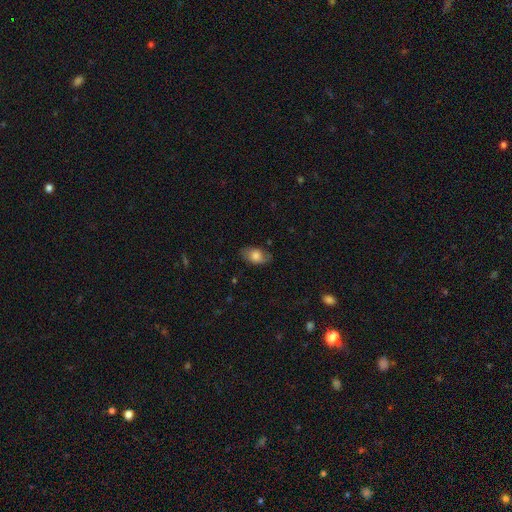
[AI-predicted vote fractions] Smooth or featured: smooth — 75% (featured or disk — 17%)
How rounded: in between — 90% (round — 8%)
Merging: none — 75% (minor disturbance — 19%)